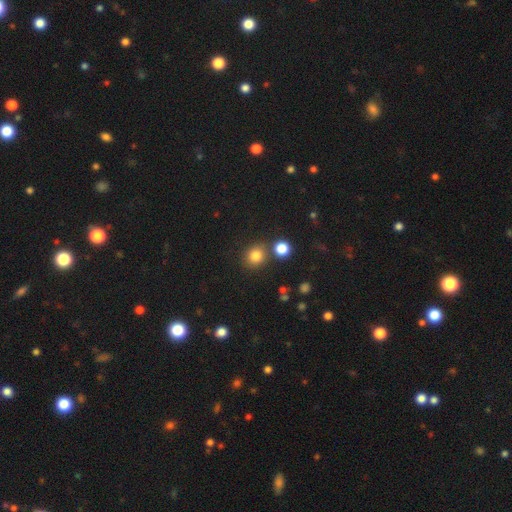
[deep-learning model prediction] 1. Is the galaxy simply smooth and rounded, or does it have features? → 81% smooth, 13% star or artifact, 6% featured or disk.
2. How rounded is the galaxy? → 83% round, 16% in between, 1% cigar-shaped.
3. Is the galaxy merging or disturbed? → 76% none, 12% merger, 9% minor disturbance, 3% major disturbance.